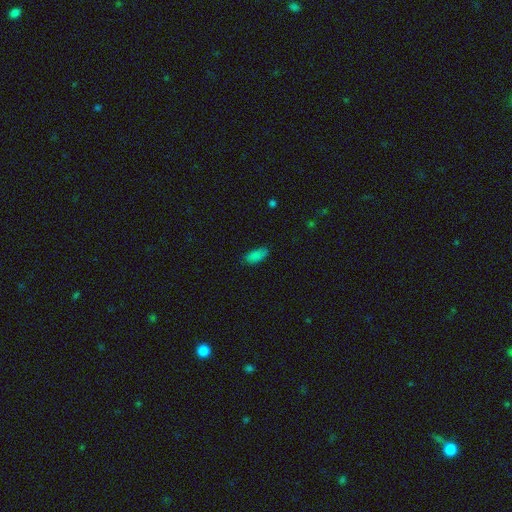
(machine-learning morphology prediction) A smooth galaxy with no disk features (85%) that is in between round and cigar-shaped (86%).

Vote fractions:
- Smooth or featured? smooth: 85% / star or artifact: 10% / featured or disk: 4%
- How rounded? in between: 86% / cigar-shaped: 12% / round: 2%
- Merging? none: 80% / minor disturbance: 16% / major disturbance: 3% / merger: 1%